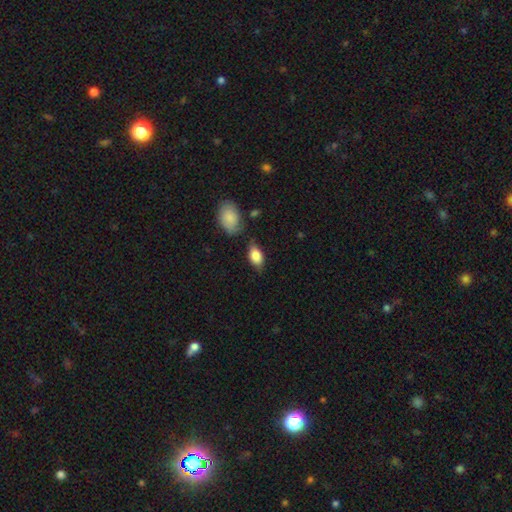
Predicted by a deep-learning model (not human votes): Smooth or featured? smooth (81%)
How rounded? in between (90%)
Merging? none (68%)